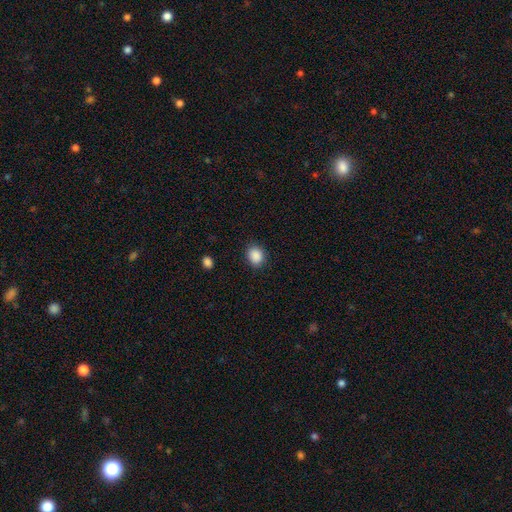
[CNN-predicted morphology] A smooth galaxy with no disk features (88%) that is round (56%). Merging: none (86%).